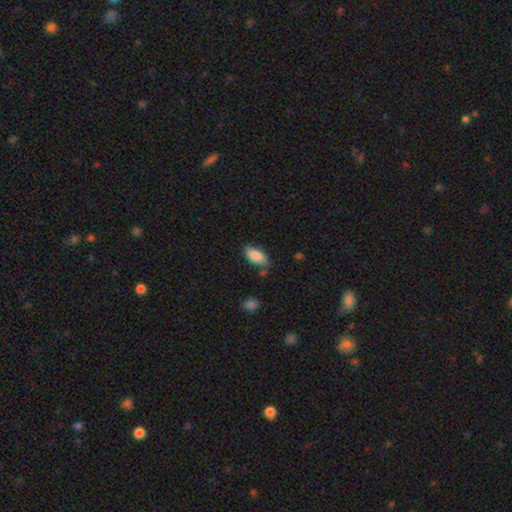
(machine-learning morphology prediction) Smooth or featured: smooth — 86% (featured or disk — 7%)
How rounded: in between — 88% (cigar-shaped — 10%)
Merging: none — 74% (minor disturbance — 18%)